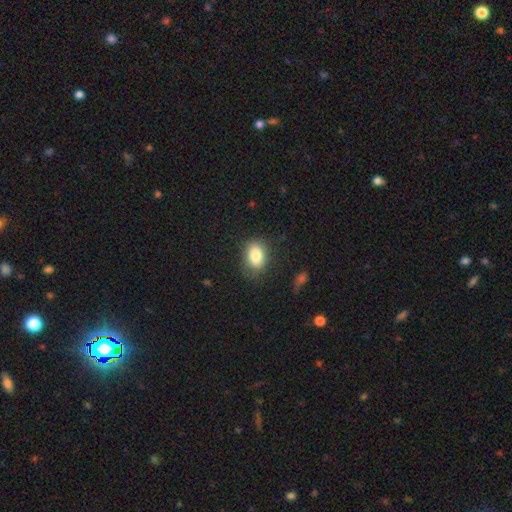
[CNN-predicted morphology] smooth-or-featured: smooth: 83% | featured or disk: 9% | star or artifact: 9%
  how-rounded: in between: 75% | round: 24% | cigar-shaped: 1%
  merging: none: 76% | minor disturbance: 16% | major disturbance: 6% | merger: 2%